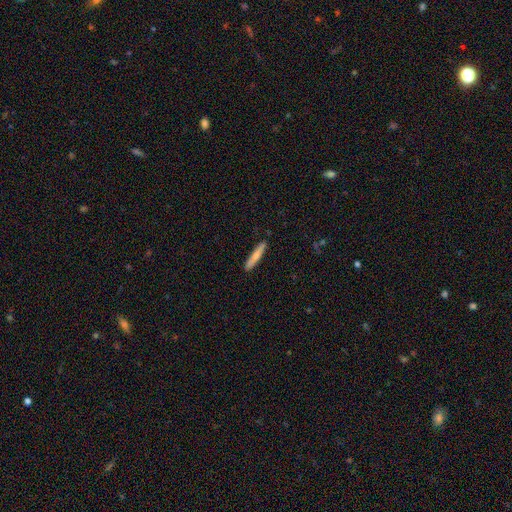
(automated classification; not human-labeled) Smooth or featured? smooth (72%)
How rounded? cigar-shaped (93%)
Merging? none (89%)